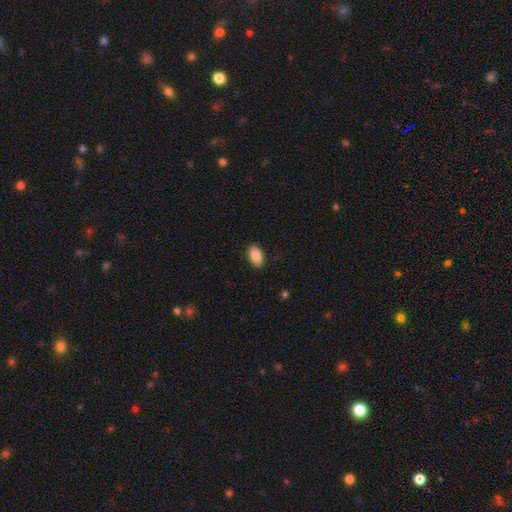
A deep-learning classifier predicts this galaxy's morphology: smooth 86%, featured or disk 7%, star or artifact 7%. Down the decision tree: how rounded — in between (93%); merging — none (88%).